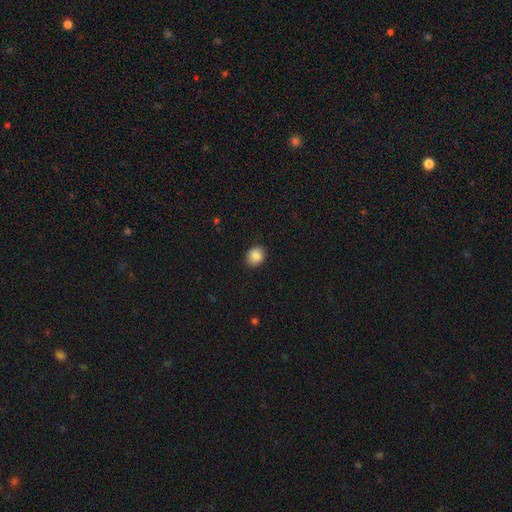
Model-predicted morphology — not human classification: Smooth or featured?
  - smooth: 87% *
  - star or artifact: 8%
  - featured or disk: 4%
How rounded?
  - round: 66% *
  - in between: 33%
  - cigar-shaped: 1%
Merging?
  - none: 85% *
  - minor disturbance: 11%
  - major disturbance: 2%
  - merger: 1%